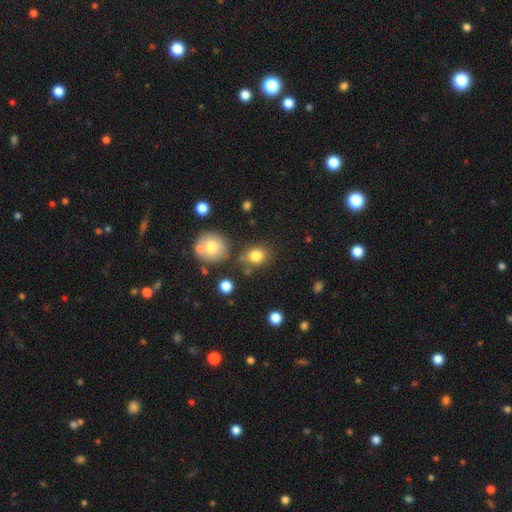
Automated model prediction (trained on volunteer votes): A smooth galaxy with no disk features (81%) that is round (61%). Merging: none (72%).